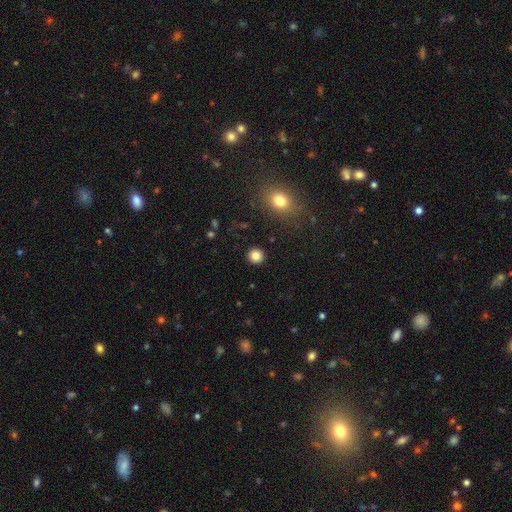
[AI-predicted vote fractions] This appears to be a smooth galaxy with no disk features (84%) that is round (93%). Merging: none (92%).